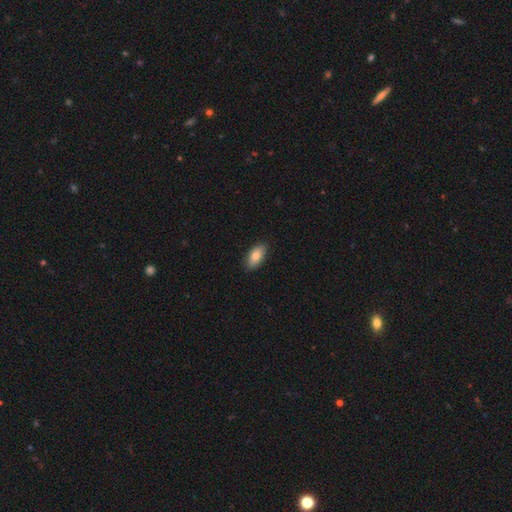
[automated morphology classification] smooth_or_featured: smooth (p=0.81) [alt: featured or disk p=0.13]
how_rounded: in between (p=0.91) [alt: cigar-shaped p=0.06]
merging: none (p=0.88) [alt: minor disturbance p=0.10]